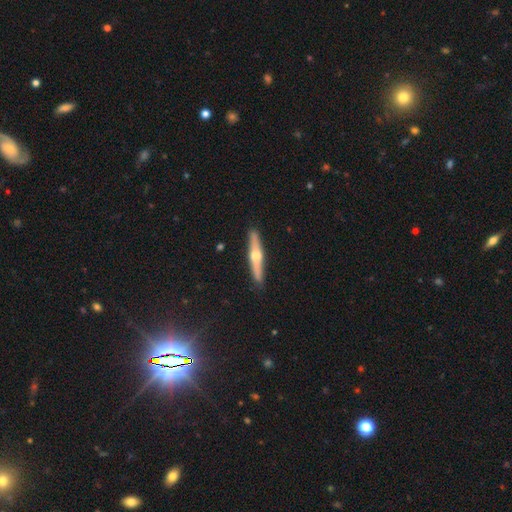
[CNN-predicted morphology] type=featured or disk (66%); edge-on=yes (96%); edge-on bulge=rounded (94%); merging=none (91%).